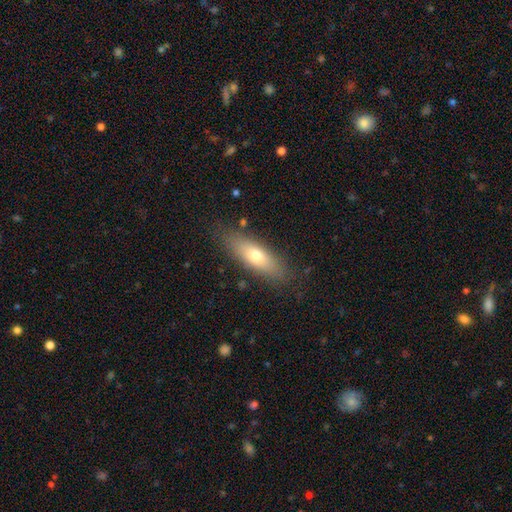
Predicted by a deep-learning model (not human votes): This appears to be a smooth galaxy with no disk features (65%) that is in between round and cigar-shaped (51%). Merging: none (84%).